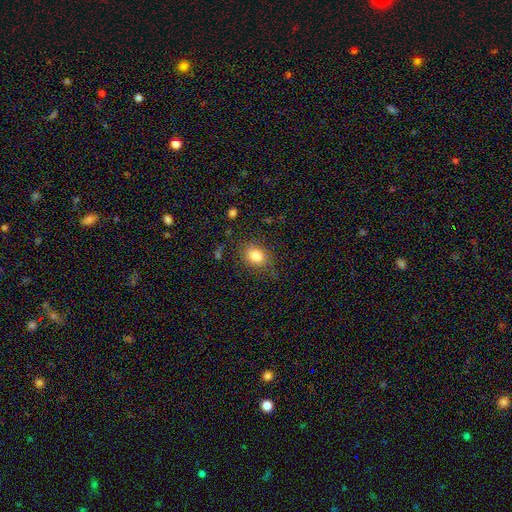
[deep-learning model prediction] Overall: smooth (83%). How rounded: in between (59%; round 40%). Merging: none (78%).